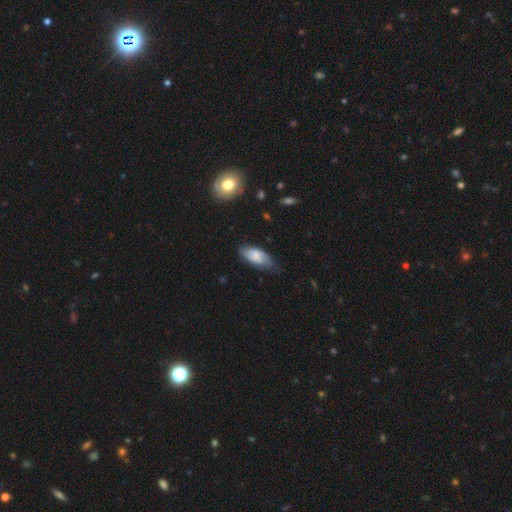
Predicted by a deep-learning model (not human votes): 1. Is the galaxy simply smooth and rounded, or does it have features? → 53% smooth, 39% featured or disk, 7% star or artifact.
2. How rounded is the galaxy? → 86% in between, 12% cigar-shaped, 2% round.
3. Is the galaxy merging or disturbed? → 60% none, 31% minor disturbance, 8% major disturbance, 2% merger.